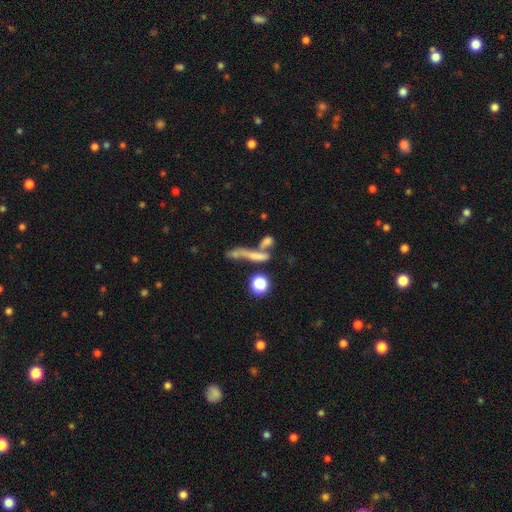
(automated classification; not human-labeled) Smooth or featured? Predicted: smooth (p=0.48). Merging? Predicted: none (p=0.39).